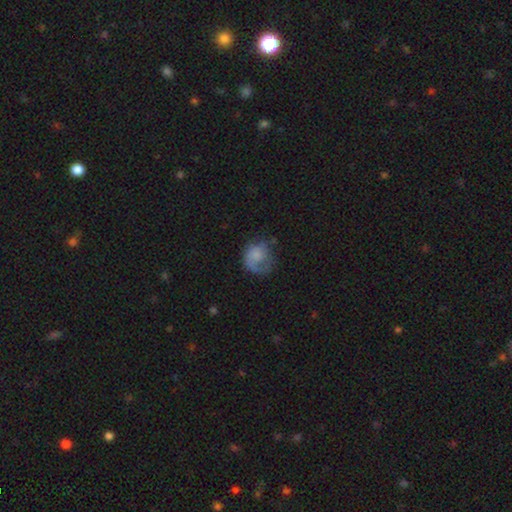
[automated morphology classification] smooth-or-featured: smooth: 61% | featured or disk: 30% | star or artifact: 9%
  how-rounded: round: 73% | in between: 26% | cigar-shaped: 1%
  merging: none: 39% | major disturbance: 33% | minor disturbance: 25% | merger: 3%